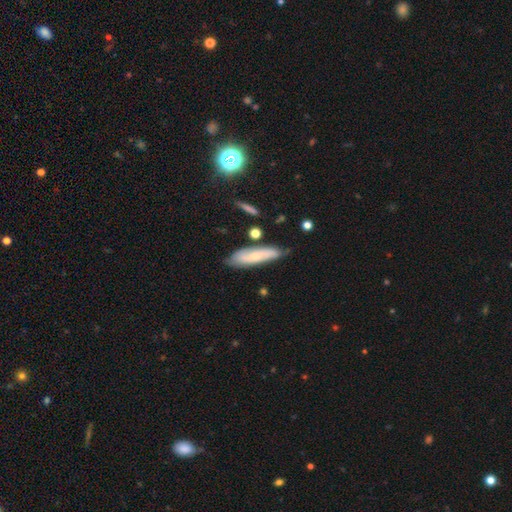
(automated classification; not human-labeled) A smooth galaxy with no disk features (54%) that is cigar-shaped (68%). Merging: none (72%).